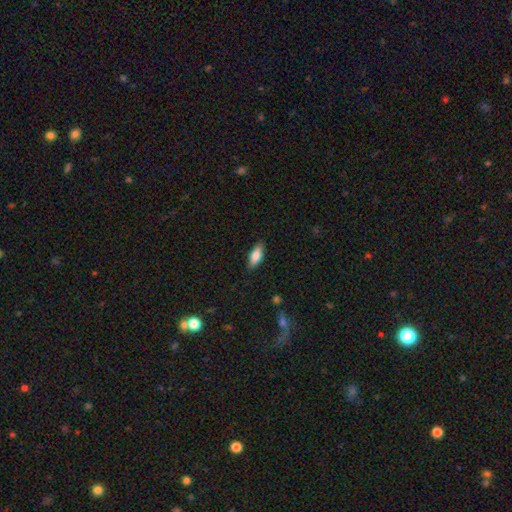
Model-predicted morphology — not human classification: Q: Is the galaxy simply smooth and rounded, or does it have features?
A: smooth — 80%.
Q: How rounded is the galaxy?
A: in between — 76%.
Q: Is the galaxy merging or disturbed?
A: none — 86%.